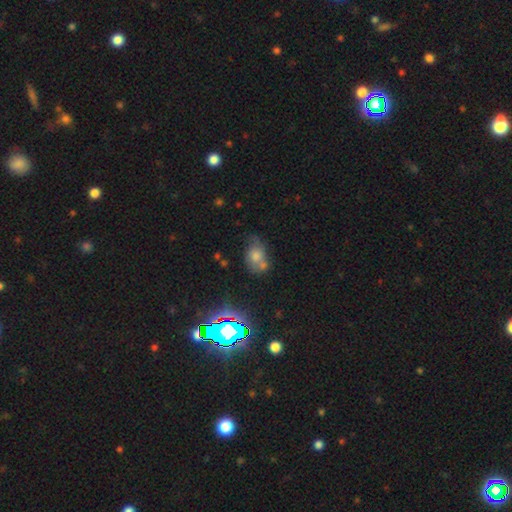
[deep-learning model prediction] Morphology: type=smooth (60%); roundness=in between (70%); merging=none (42%).